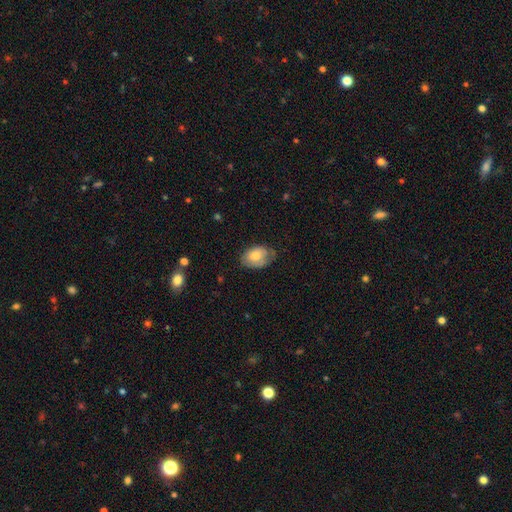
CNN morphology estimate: This appears to be a smooth galaxy with no disk features (66%) that is in between round and cigar-shaped (85%). Merging: none (54%).